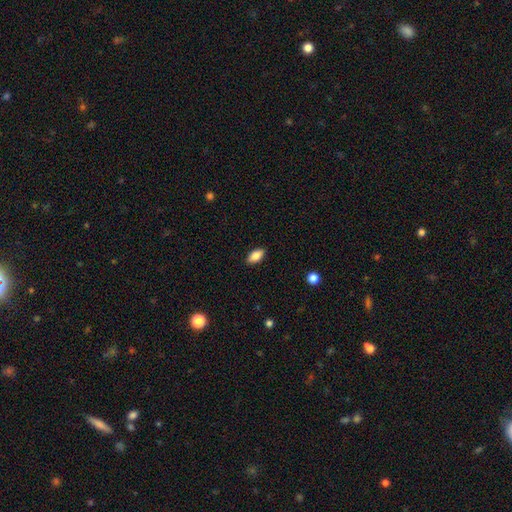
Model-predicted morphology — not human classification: Q: Smooth or featured?
A: smooth (84%); runner-up: featured or disk (9%)
Q: How rounded?
A: in between (90%); runner-up: cigar-shaped (6%)
Q: Merging?
A: none (88%); runner-up: minor disturbance (9%)